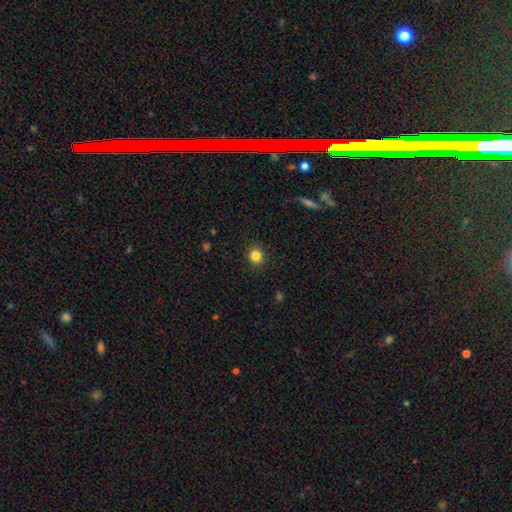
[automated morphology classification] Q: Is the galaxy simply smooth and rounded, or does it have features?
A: smooth — 84%.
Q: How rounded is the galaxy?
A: round — 90%.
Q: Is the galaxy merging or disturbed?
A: none — 91%.